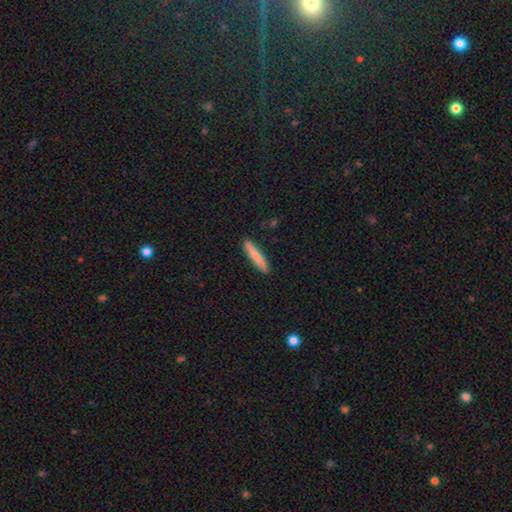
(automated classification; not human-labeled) smooth 80%, featured or disk 14%, star or artifact 5%. Down the decision tree: how rounded — cigar-shaped (91%); merging — none (90%).